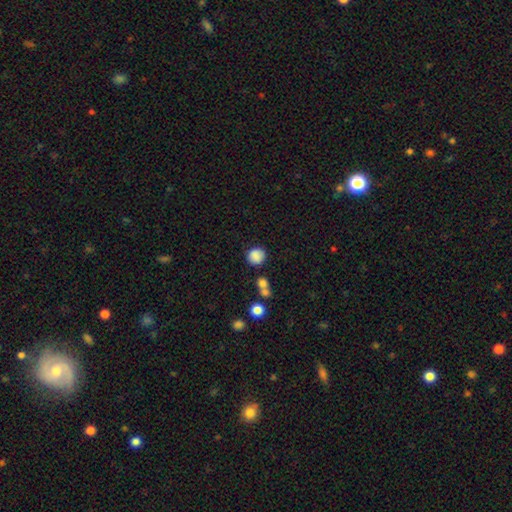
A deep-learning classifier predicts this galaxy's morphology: This appears to be a smooth galaxy with no disk features (85%) that is round (87%). Merging: none (75%).